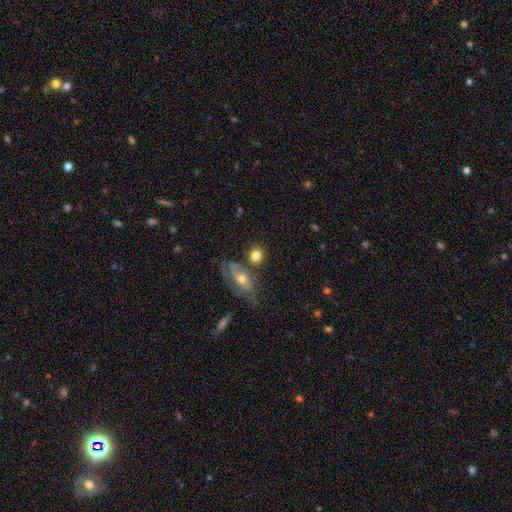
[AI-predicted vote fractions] Smooth or featured? smooth (74%)
How rounded? round (76%)
Merging? none (63%)